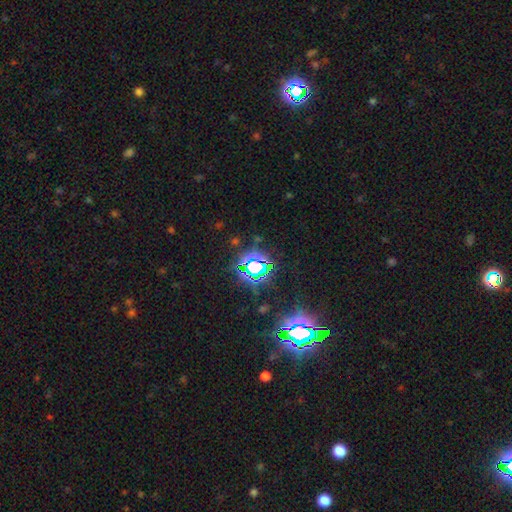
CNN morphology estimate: Smooth or featured?
  - star or artifact: 82% *
  - smooth: 11%
  - featured or disk: 7%